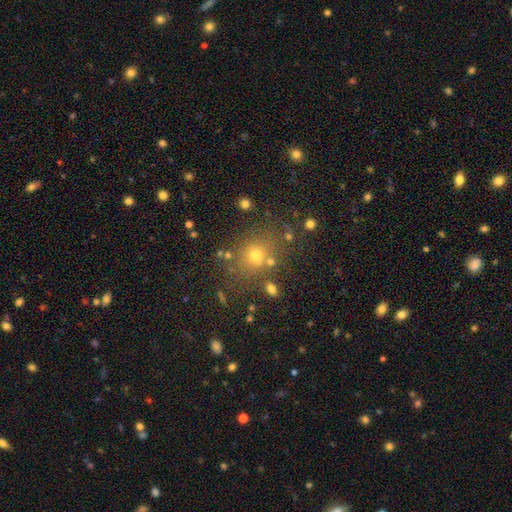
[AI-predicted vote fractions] smooth 66%, star or artifact 23%, featured or disk 12%. Down the decision tree: how rounded — round (67%); merging — none (74%).